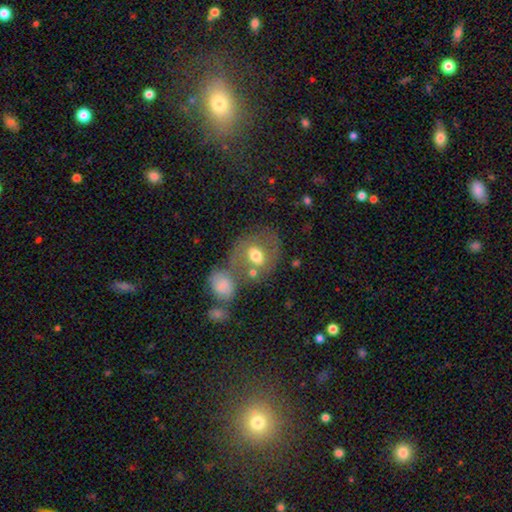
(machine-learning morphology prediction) Smooth or featured? smooth (50%)
Merging? none (46%)